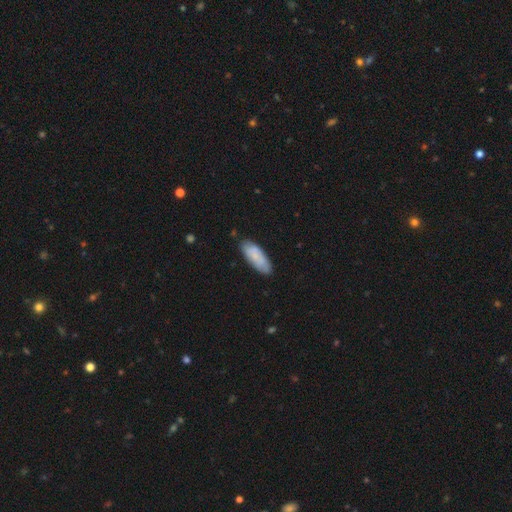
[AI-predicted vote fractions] Smooth or featured: smooth — 73% (featured or disk — 21%)
How rounded: in between — 73% (cigar-shaped — 25%)
Merging: none — 78% (minor disturbance — 17%)